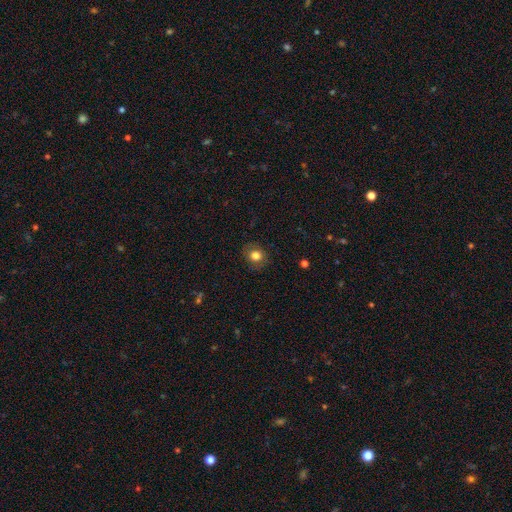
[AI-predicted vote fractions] Smooth or featured?
  - smooth: 78% *
  - featured or disk: 12%
  - star or artifact: 10%
How rounded?
  - round: 68% *
  - in between: 31%
  - cigar-shaped: 1%
Merging?
  - none: 85% *
  - minor disturbance: 11%
  - major disturbance: 3%
  - merger: 1%